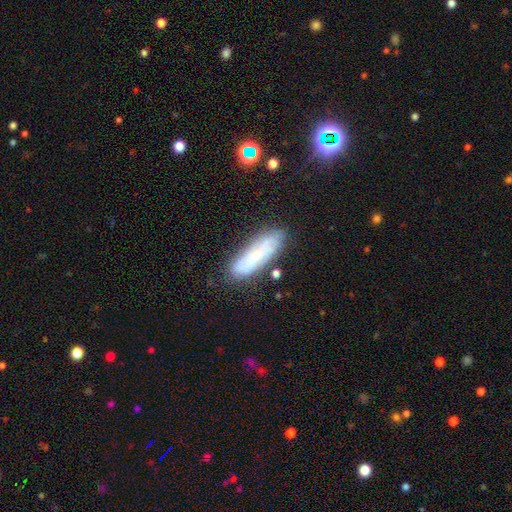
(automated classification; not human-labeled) A smooth galaxy with no disk features (51%) that is cigar-shaped (55%).

Vote fractions:
- Smooth or featured? smooth: 51% / featured or disk: 40% / star or artifact: 9%
- How rounded? cigar-shaped: 55% / in between: 42% / round: 2%
- Merging? none: 78% / minor disturbance: 15% / major disturbance: 4% / merger: 3%